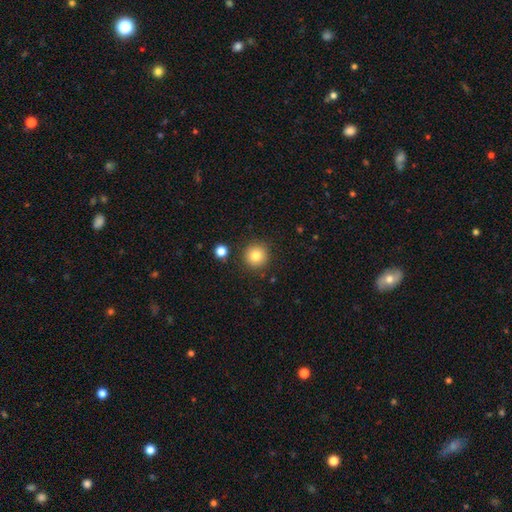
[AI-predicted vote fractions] Overall: smooth (82%). How rounded: round (95%). Merging: none (89%).